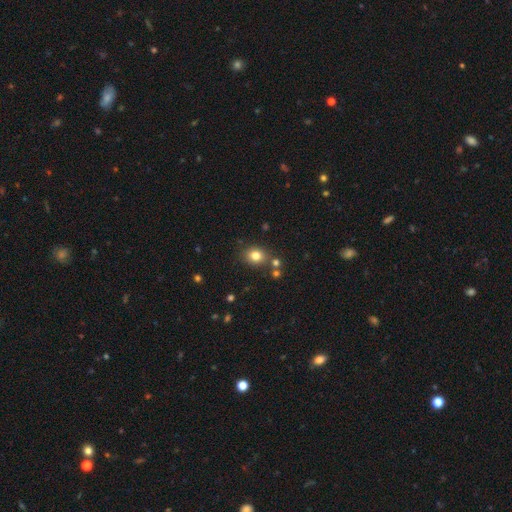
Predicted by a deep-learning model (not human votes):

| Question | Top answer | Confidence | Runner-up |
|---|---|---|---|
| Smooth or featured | smooth | 80% | star or artifact (13%) |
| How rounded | round | 63% | in between (36%) |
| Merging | none | 77% | minor disturbance (11%) |